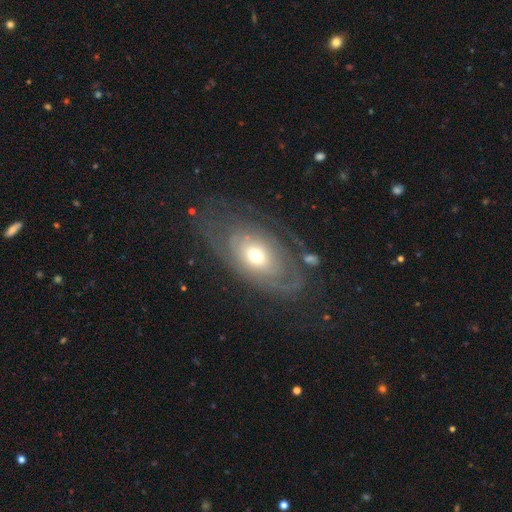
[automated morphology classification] smooth-or-featured: featured or disk: 71% | smooth: 22% | star or artifact: 7%
  disk-edge-on: no: 91% | yes: 9%
    bar: no: 81% | weak: 15% | strong: 5%
    has-spiral-arms: yes: 69% | no: 31%
    bulge-size: moderate: 60% | small: 30% | large: 8% | dominant: 2% | none: 1%
  merging: none: 58% | major disturbance: 20% | minor disturbance: 19% | merger: 3%